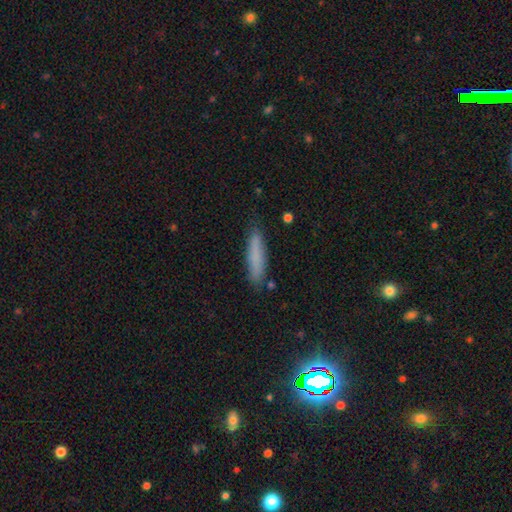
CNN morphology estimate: This is likely a smooth galaxy (75%). How rounded: clearly cigar-shaped (84%). Merging: clearly none (81%).